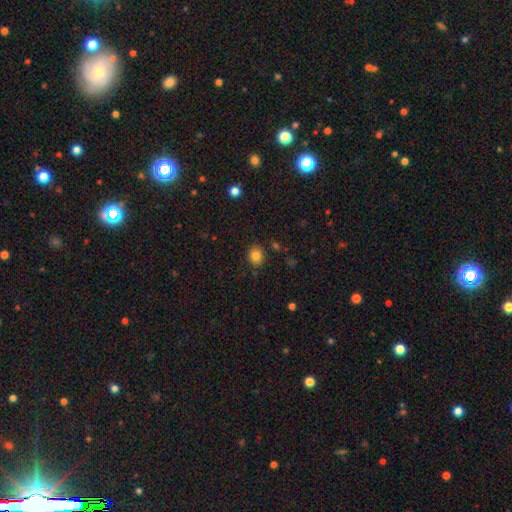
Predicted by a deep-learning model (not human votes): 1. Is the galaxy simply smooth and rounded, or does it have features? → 82% smooth, 11% star or artifact, 6% featured or disk.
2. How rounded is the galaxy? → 71% round, 28% in between, 1% cigar-shaped.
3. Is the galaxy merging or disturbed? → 86% none, 9% minor disturbance, 2% merger, 2% major disturbance.